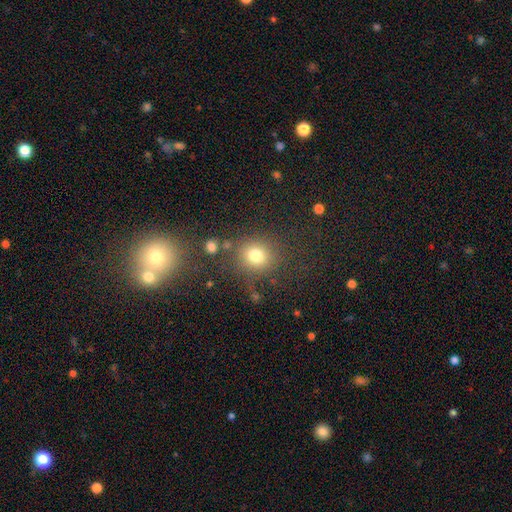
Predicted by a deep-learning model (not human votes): This is likely a smooth galaxy (77%). How rounded: likely round (79%). Merging: likely none (73%).